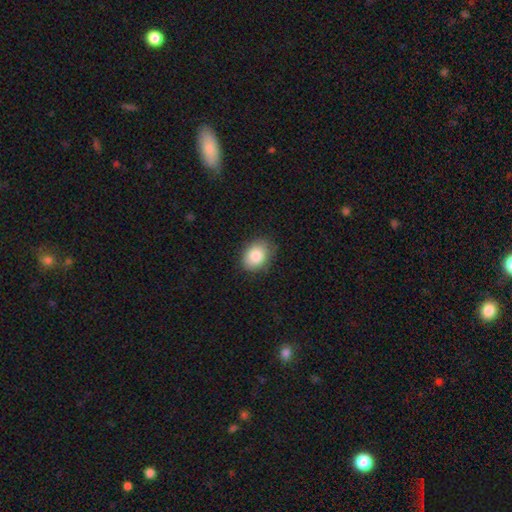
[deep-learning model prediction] smooth_or_featured: smooth (p=0.85) [alt: star or artifact p=0.08]
how_rounded: in between (p=0.67) [alt: round p=0.32]
merging: none (p=0.77) [alt: minor disturbance p=0.18]